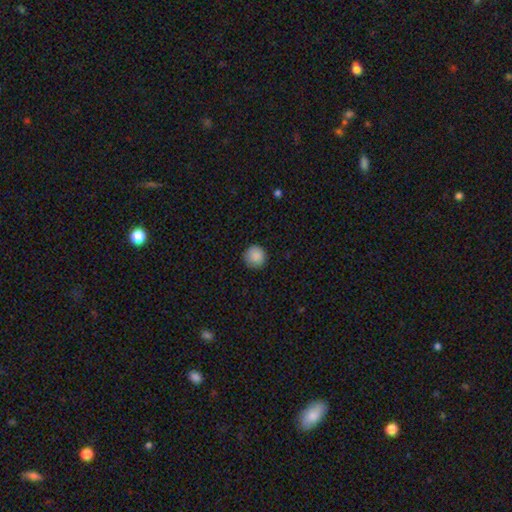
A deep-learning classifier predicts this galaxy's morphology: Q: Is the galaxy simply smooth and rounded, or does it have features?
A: smooth — 88%.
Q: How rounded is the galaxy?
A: round — 95%.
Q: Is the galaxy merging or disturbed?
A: none — 89%.